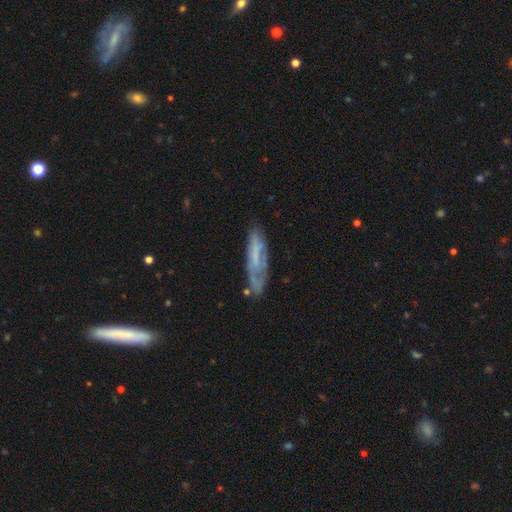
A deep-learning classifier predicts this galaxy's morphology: Smooth or featured?
  - featured or disk: 47% *
  - smooth: 44%
  - star or artifact: 9%
Merging?
  - none: 59% *
  - minor disturbance: 26%
  - major disturbance: 11%
  - merger: 4%